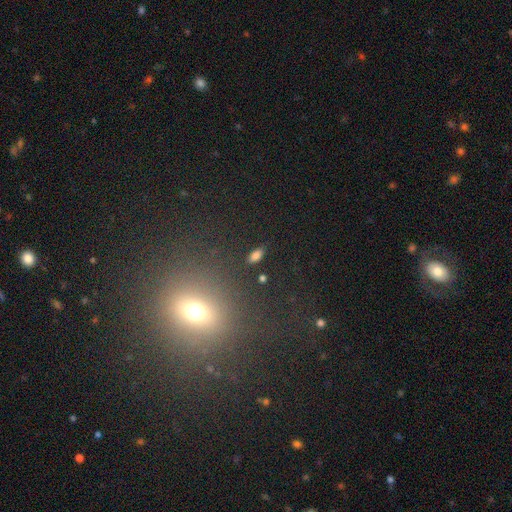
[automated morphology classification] smooth 80%, star or artifact 13%, featured or disk 7%. Down the decision tree: how rounded — in between (87%); merging — none (86%).